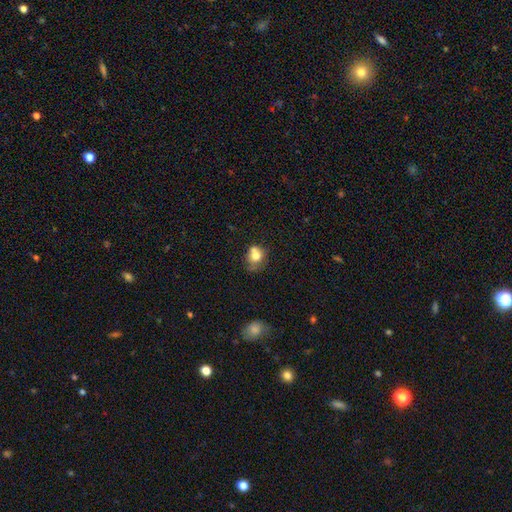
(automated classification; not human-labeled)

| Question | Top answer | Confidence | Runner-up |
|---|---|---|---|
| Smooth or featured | smooth | 73% | featured or disk (16%) |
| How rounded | round | 65% | in between (34%) |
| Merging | none | 38% | merger (31%) |